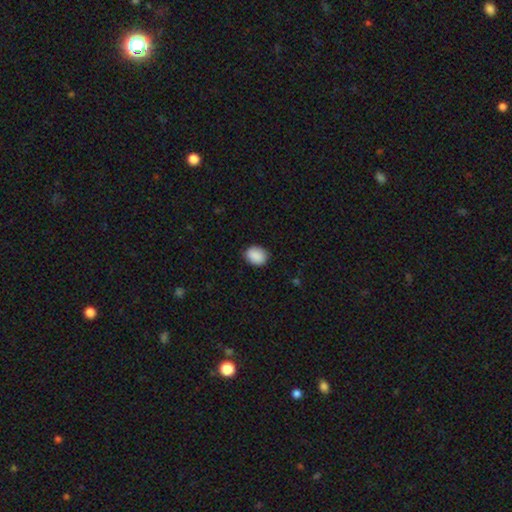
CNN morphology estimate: A smooth galaxy with no disk features (90%) that is in between round and cigar-shaped (56%).

Vote fractions:
- Smooth or featured? smooth: 90% / star or artifact: 7% / featured or disk: 3%
- How rounded? in between: 56% / round: 43% / cigar-shaped: 1%
- Merging? none: 85% / minor disturbance: 12% / major disturbance: 2% / merger: 1%